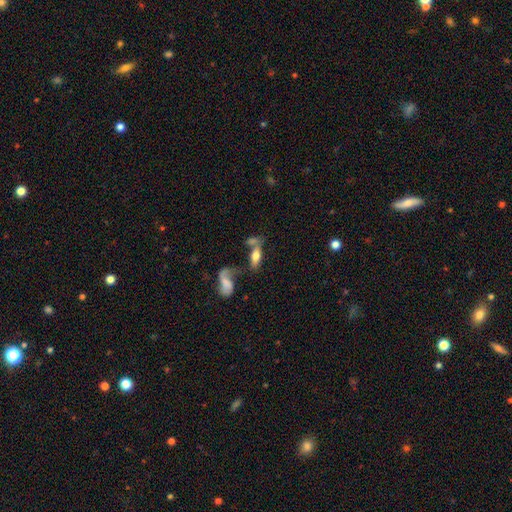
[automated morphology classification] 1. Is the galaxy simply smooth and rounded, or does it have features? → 60% smooth, 31% featured or disk, 9% star or artifact.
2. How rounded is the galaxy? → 73% in between, 22% cigar-shaped, 4% round.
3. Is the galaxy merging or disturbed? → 39% none, 35% merger, 14% minor disturbance, 12% major disturbance.